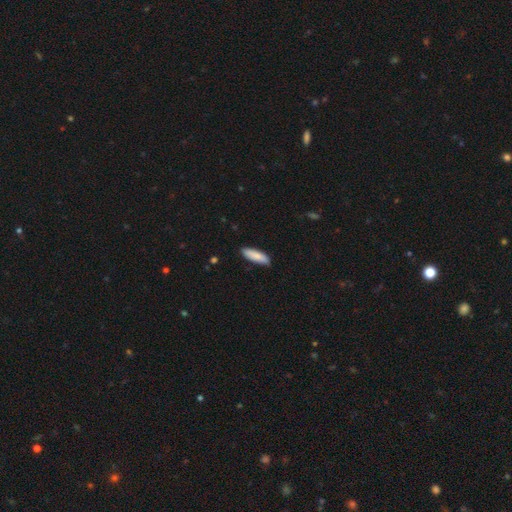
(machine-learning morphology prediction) Smooth or featured? Predicted: smooth (p=0.86). How rounded? Predicted: cigar-shaped (p=0.52). Merging? Predicted: none (p=0.87).